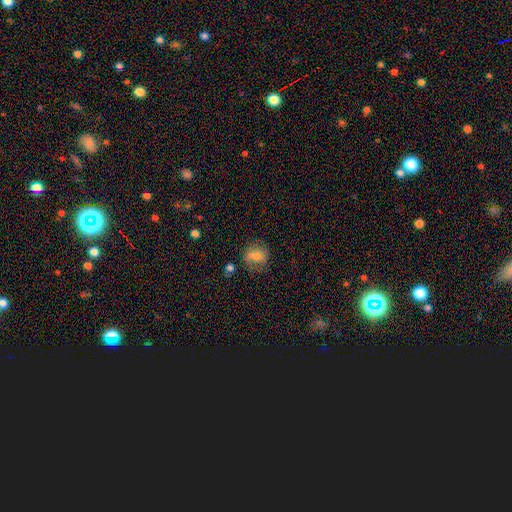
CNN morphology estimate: Q: Smooth or featured?
A: smooth (66%); runner-up: featured or disk (24%)
Q: How rounded?
A: round (62%); runner-up: in between (36%)
Q: Merging?
A: none (65%); runner-up: minor disturbance (22%)